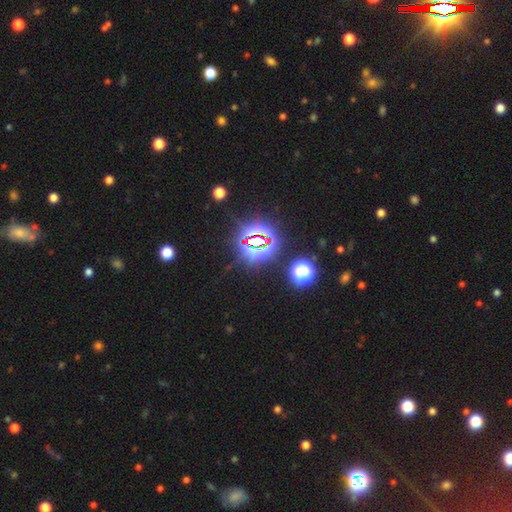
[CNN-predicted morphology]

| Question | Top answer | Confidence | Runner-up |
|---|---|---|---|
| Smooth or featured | star or artifact | 82% | smooth (11%) |